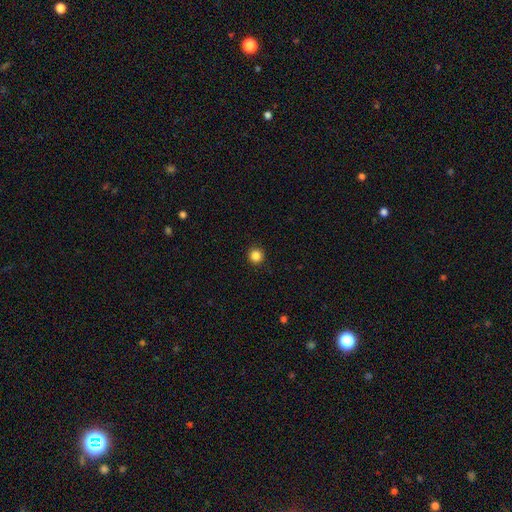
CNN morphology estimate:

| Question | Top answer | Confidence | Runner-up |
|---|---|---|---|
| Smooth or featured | smooth | 85% | star or artifact (12%) |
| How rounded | round | 96% | in between (3%) |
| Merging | none | 93% | minor disturbance (4%) |